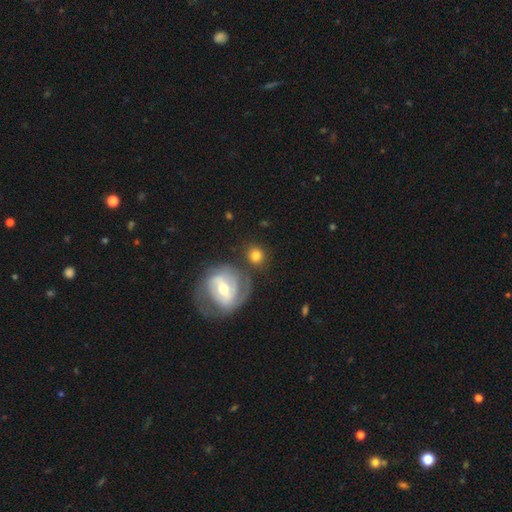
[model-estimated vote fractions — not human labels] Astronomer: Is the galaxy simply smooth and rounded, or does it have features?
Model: smooth — 72%.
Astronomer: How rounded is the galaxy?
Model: round — 86%.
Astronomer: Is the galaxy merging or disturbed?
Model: none — 72%.